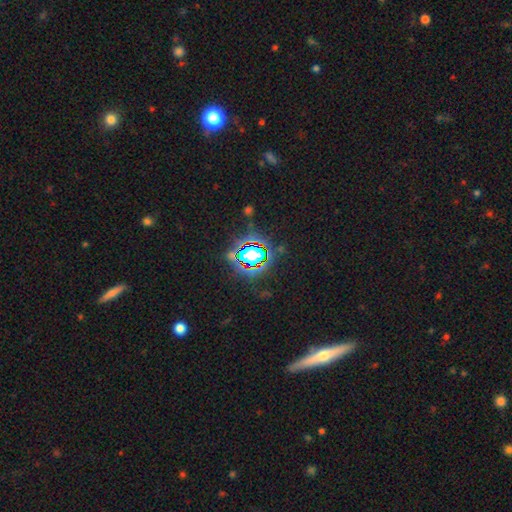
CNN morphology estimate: Smooth or featured?
  - star or artifact: 68% *
  - featured or disk: 17%
  - smooth: 15%